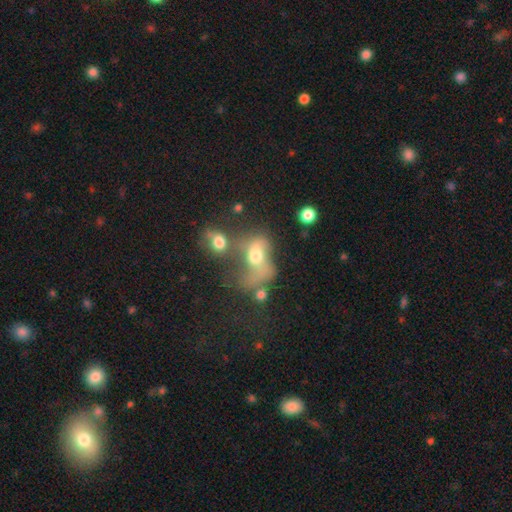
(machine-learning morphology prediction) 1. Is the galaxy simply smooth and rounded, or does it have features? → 49% smooth, 35% featured or disk, 15% star or artifact.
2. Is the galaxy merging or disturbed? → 48% merger, 27% major disturbance, 15% none, 10% minor disturbance.